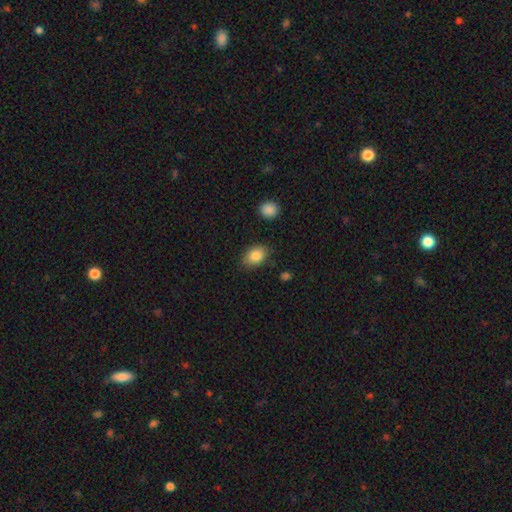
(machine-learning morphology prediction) Smooth or featured? smooth (84%)
How rounded? in between (77%)
Merging? none (81%)